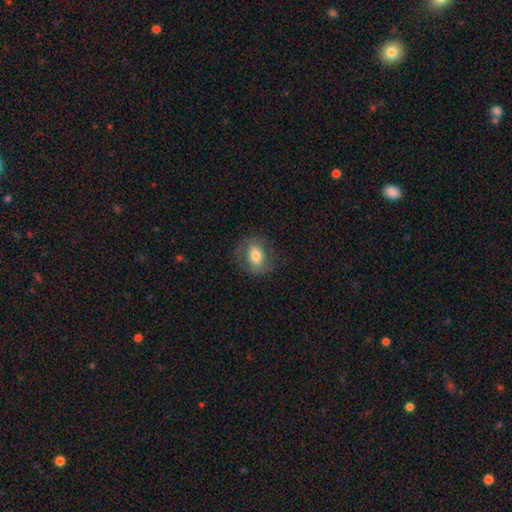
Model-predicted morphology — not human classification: Q: Smooth or featured?
A: smooth (65%); runner-up: featured or disk (27%)
Q: How rounded?
A: in between (53%); runner-up: round (45%)
Q: Merging?
A: none (76%); runner-up: minor disturbance (15%)